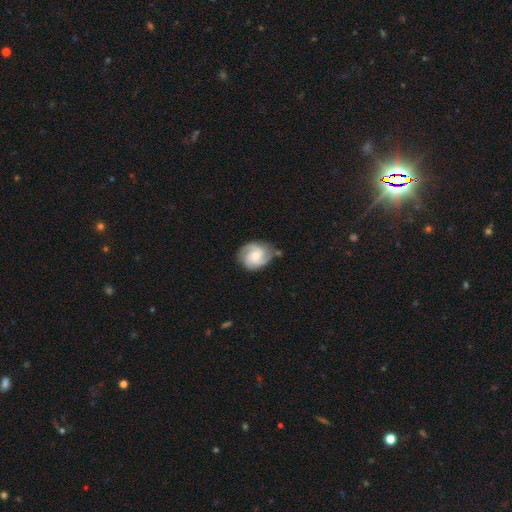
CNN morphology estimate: This appears to be a featured or disk galaxy (78%) with no bar (67%), 3 (53%) tight (46%) spiral arms (96%) and a small central bulge (46%). Merging: none (71%).